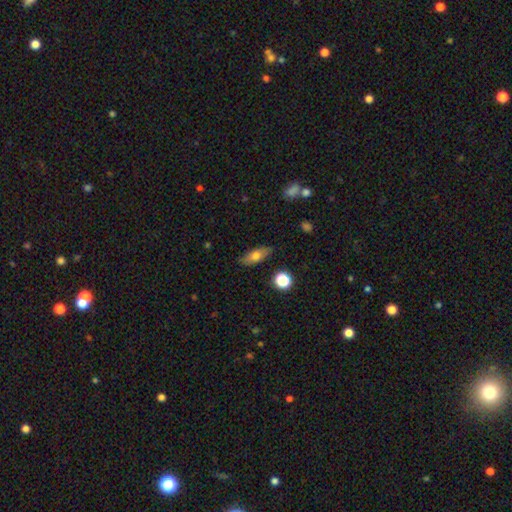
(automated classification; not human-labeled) smooth_or_featured: smooth (p=0.67) [alt: featured or disk p=0.24]
how_rounded: in between (p=0.68) [alt: cigar-shaped p=0.26]
merging: none (p=0.85) [alt: minor disturbance p=0.11]